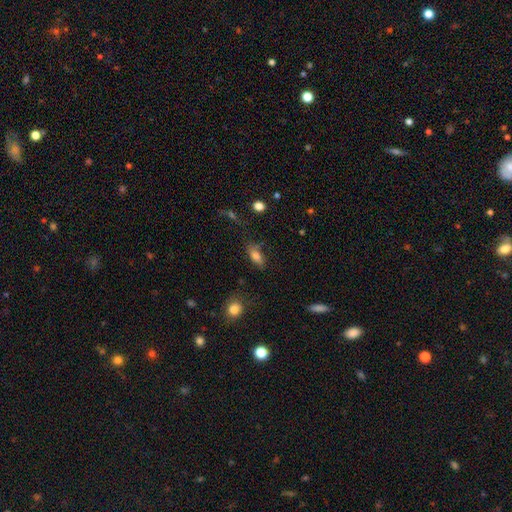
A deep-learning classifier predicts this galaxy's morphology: type=smooth (78%); roundness=in between (79%); merging=none (65%).